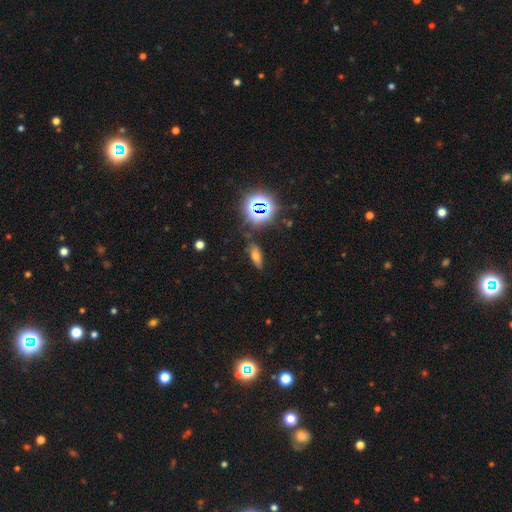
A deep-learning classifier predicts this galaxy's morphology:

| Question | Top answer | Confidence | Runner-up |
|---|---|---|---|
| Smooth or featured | smooth | 59% | star or artifact (27%) |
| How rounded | in between | 60% | cigar-shaped (33%) |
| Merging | none | 77% | minor disturbance (15%) |